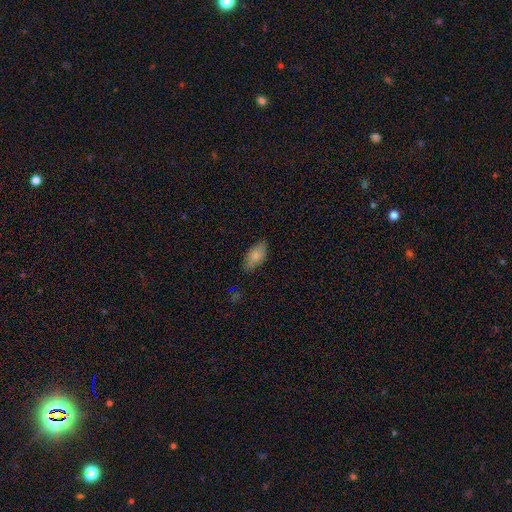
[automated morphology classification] Smooth or featured?
  - smooth: 83% *
  - featured or disk: 10%
  - star or artifact: 8%
How rounded?
  - in between: 91% *
  - cigar-shaped: 6%
  - round: 3%
Merging?
  - none: 79% *
  - minor disturbance: 16%
  - major disturbance: 3%
  - merger: 1%